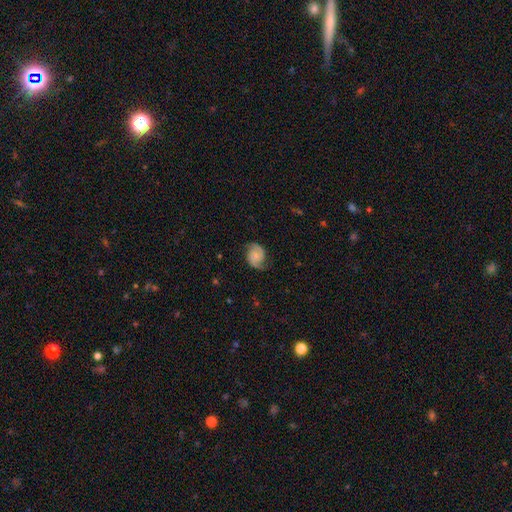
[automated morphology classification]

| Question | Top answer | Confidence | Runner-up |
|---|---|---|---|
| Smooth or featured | featured or disk | 77% | smooth (16%) |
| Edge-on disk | no | 98% | yes (2%) |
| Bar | no | 66% | weak (29%) |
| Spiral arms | yes | 96% | no (4%) |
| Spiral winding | medium | 49% | tight (30%) |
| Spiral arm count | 2 | 90% | can't tell (4%) |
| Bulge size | small | 46% | none (25%) |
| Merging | none | 74% | minor disturbance (18%) |